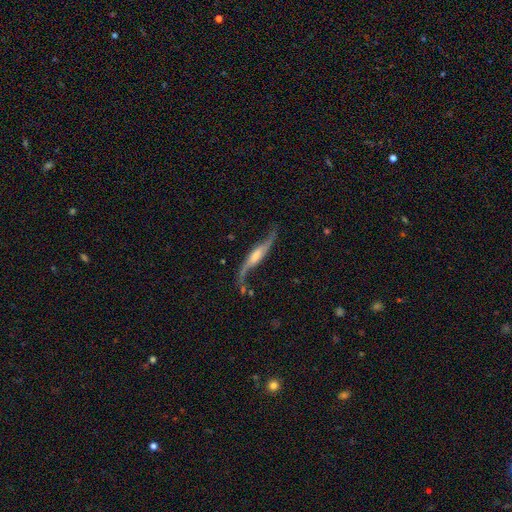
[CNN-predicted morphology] Smooth or featured?
  - featured or disk: 85% *
  - smooth: 10%
  - star or artifact: 6%
Edge-on disk?
  - no: 61% *
  - yes: 39%
Bar?
  - no: 43% *
  - weak: 34%
  - strong: 23%
Spiral arms?
  - yes: 93% *
  - no: 7%
Bulge size?
  - moderate: 43% *
  - small: 33%
  - none: 11%
  - large: 10%
  - dominant: 3%
Merging?
  - none: 65% *
  - minor disturbance: 19%
  - major disturbance: 11%
  - merger: 5%